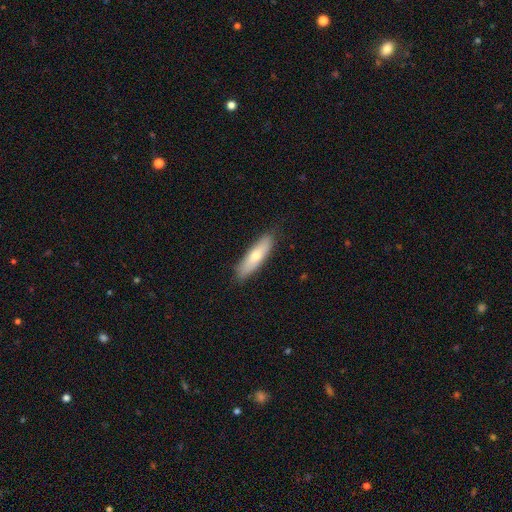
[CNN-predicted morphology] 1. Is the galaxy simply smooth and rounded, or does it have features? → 66% smooth, 28% featured or disk, 6% star or artifact.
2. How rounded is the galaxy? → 63% cigar-shaped, 35% in between, 2% round.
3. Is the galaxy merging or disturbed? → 85% none, 12% minor disturbance, 2% major disturbance, 1% merger.